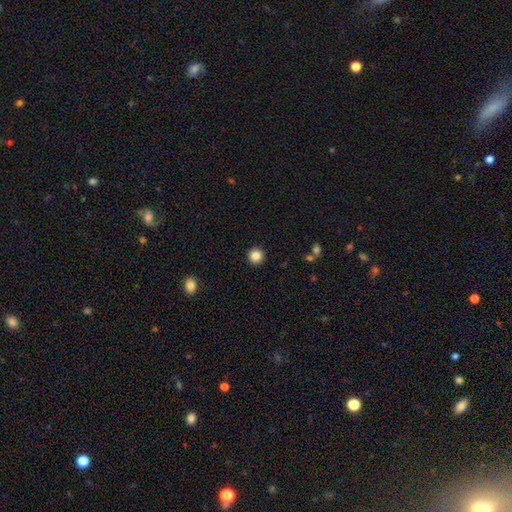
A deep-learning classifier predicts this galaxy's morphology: Q: Smooth or featured?
A: smooth (85%); runner-up: star or artifact (11%)
Q: How rounded?
A: round (96%); runner-up: in between (3%)
Q: Merging?
A: none (93%); runner-up: minor disturbance (4%)